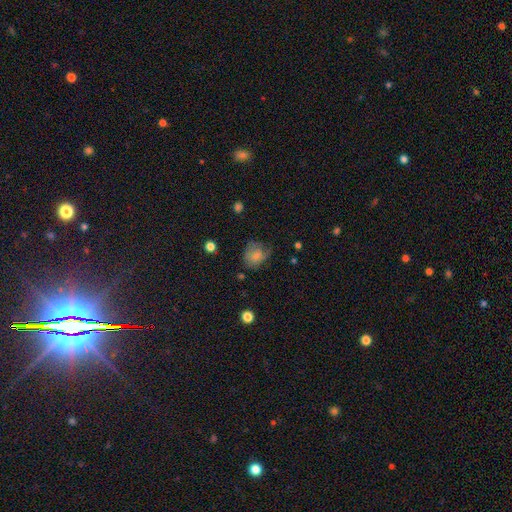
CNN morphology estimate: Smooth or featured?
  - smooth: 73% *
  - featured or disk: 17%
  - star or artifact: 10%
How rounded?
  - round: 53% *
  - in between: 46%
  - cigar-shaped: 1%
Merging?
  - none: 50% *
  - minor disturbance: 31%
  - major disturbance: 17%
  - merger: 2%